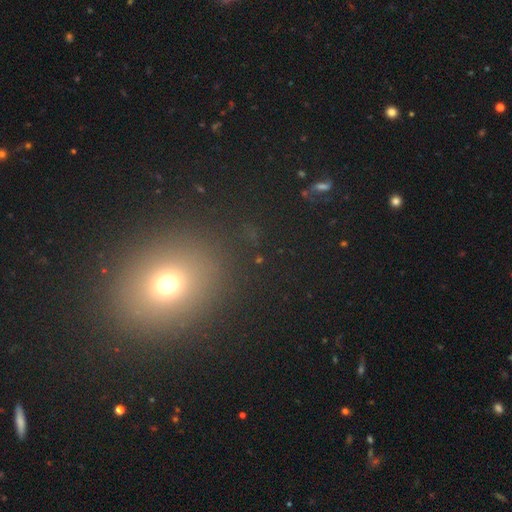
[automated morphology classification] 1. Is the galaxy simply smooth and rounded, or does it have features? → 62% smooth, 29% star or artifact, 9% featured or disk.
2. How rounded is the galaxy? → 62% round, 36% in between, 1% cigar-shaped.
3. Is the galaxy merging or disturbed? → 90% none, 6% minor disturbance, 3% major disturbance, 2% merger.